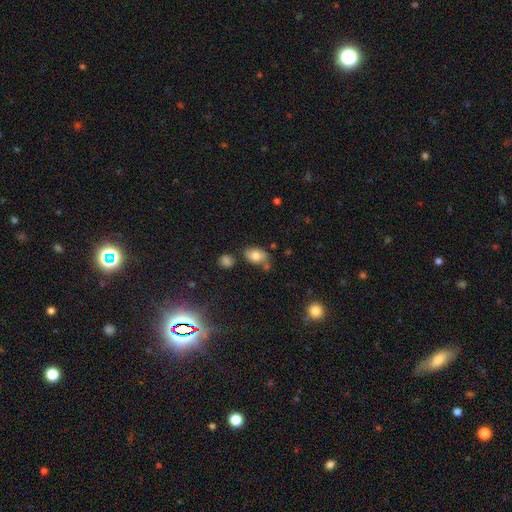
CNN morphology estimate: Smooth or featured? Predicted: smooth (p=0.74). How rounded? Predicted: in between (p=0.84). Merging? Predicted: none (p=0.62).